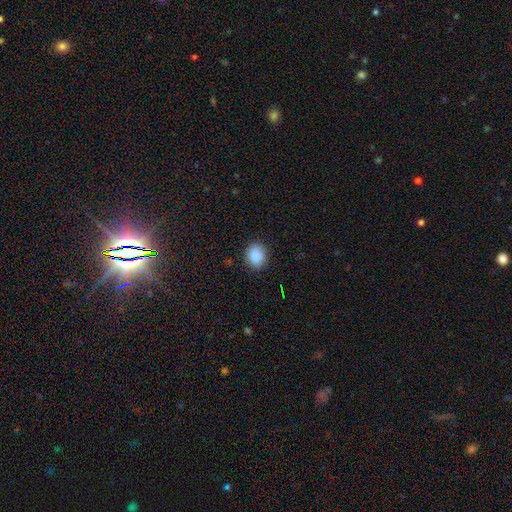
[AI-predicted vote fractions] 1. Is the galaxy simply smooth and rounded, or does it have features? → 88% smooth, 8% star or artifact, 4% featured or disk.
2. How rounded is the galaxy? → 53% in between, 46% round, 1% cigar-shaped.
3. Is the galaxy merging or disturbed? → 88% none, 9% minor disturbance, 2% major disturbance, 1% merger.